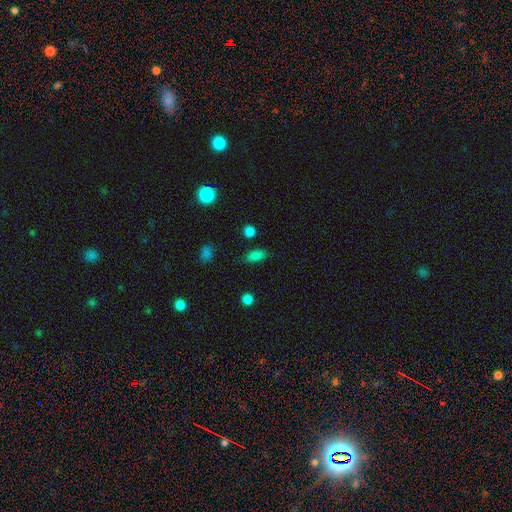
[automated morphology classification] Overall: smooth (83%). How rounded: in between (84%). Merging: none (79%).